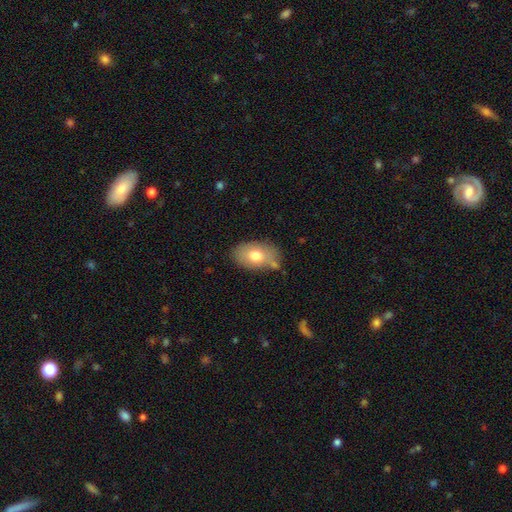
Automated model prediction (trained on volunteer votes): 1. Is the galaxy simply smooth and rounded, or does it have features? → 73% smooth, 19% featured or disk, 7% star or artifact.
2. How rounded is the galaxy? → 87% in between, 12% round, 1% cigar-shaped.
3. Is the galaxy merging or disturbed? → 69% none, 19% minor disturbance, 7% merger, 5% major disturbance.